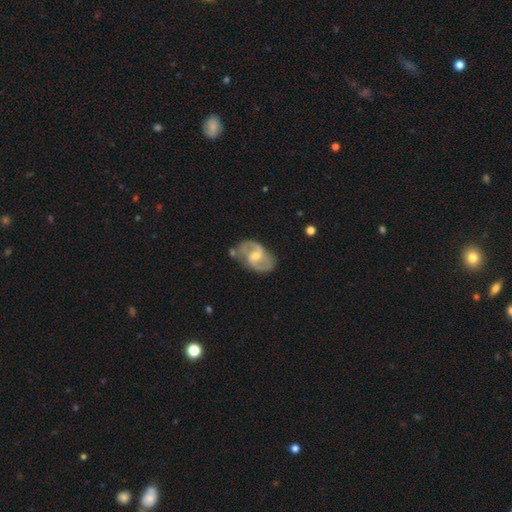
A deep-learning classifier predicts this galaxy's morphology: Smooth or featured: featured or disk — 83% (smooth — 12%)
Edge-on disk: no — 97% (yes — 3%)
Bar: weak — 53% (no — 25%)
Spiral arms: yes — 92% (no — 8%)
Spiral winding: medium — 56% (loose — 25%)
Spiral arm count: 2 — 89% (can't tell — 5%)
Bulge size: moderate — 53% (small — 42%)
Merging: none — 68% (minor disturbance — 19%)